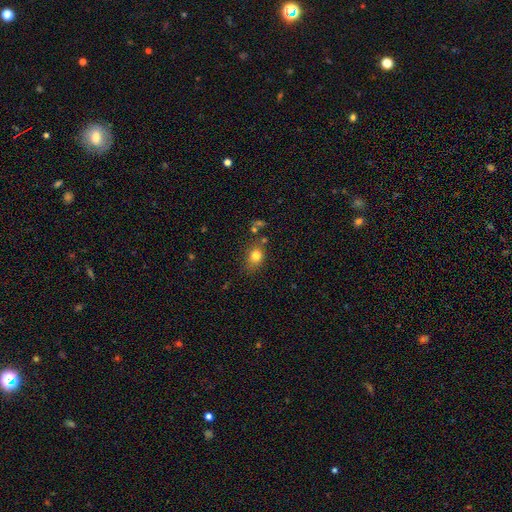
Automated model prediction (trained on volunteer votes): A smooth galaxy with no disk features (78%) that is round (55%). Merging: none (69%).